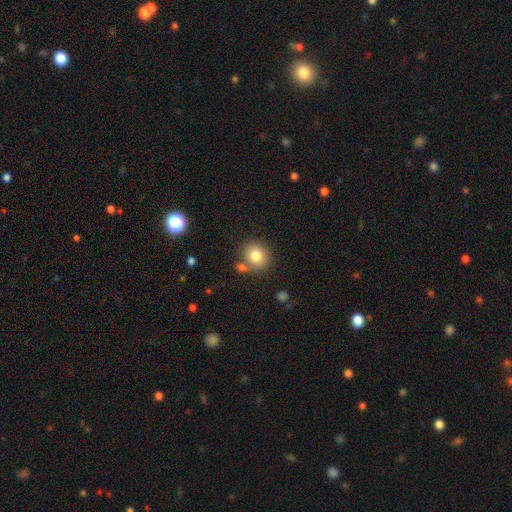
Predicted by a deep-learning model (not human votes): This is clearly a smooth galaxy (80%). How rounded: clearly round (80%). Merging: likely none (69%).